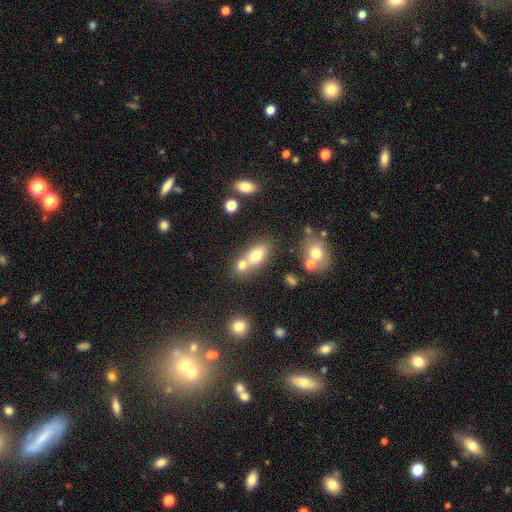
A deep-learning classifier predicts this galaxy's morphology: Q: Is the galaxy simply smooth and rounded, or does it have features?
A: smooth — 70%.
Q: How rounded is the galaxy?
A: in between — 74%.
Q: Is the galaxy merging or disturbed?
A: merger — 51%.